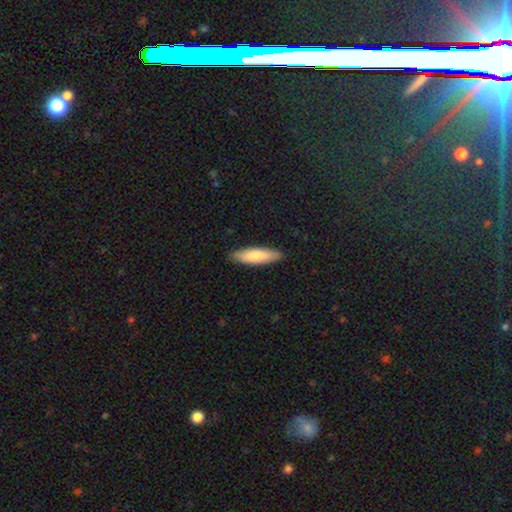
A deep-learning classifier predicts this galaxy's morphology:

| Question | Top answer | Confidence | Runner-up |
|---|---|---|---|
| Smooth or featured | smooth | 79% | featured or disk (16%) |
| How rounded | cigar-shaped | 66% | in between (33%) |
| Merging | none | 89% | minor disturbance (9%) |